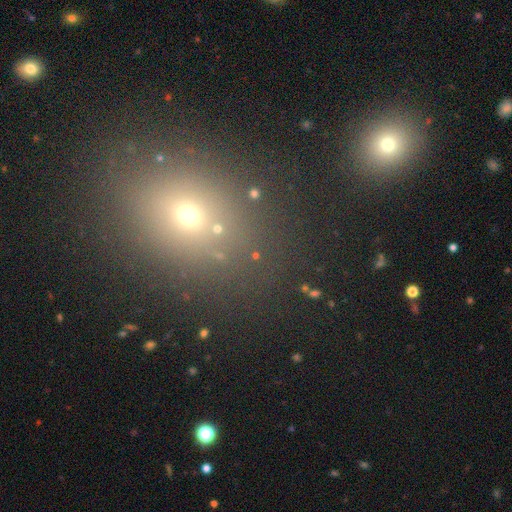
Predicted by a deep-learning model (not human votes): Smooth or featured?
  - star or artifact: 49% *
  - smooth: 41%
  - featured or disk: 10%